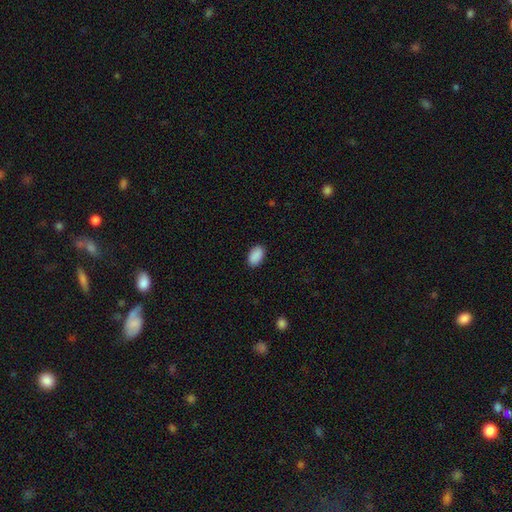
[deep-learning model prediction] A smooth galaxy with no disk features (91%) that is in between round and cigar-shaped (93%).

Vote fractions:
- Smooth or featured? smooth: 91% / star or artifact: 7% / featured or disk: 2%
- How rounded? in between: 93% / round: 5% / cigar-shaped: 1%
- Merging? none: 89% / minor disturbance: 8% / major disturbance: 2% / merger: 1%